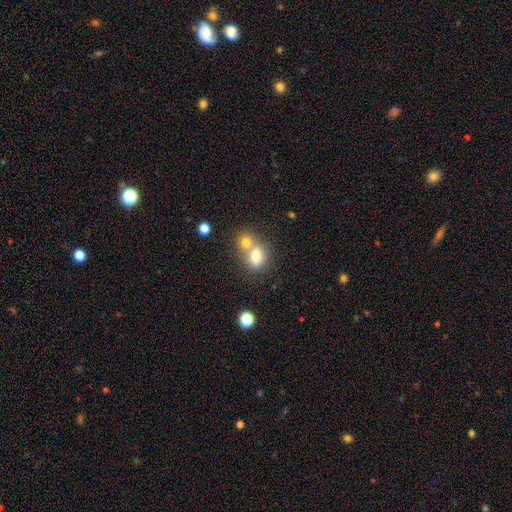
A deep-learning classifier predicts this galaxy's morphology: smooth_or_featured: smooth (p=0.72) [alt: featured or disk p=0.18]
how_rounded: in between (p=0.64) [alt: round p=0.31]
merging: merger (p=0.53) [alt: none p=0.35]